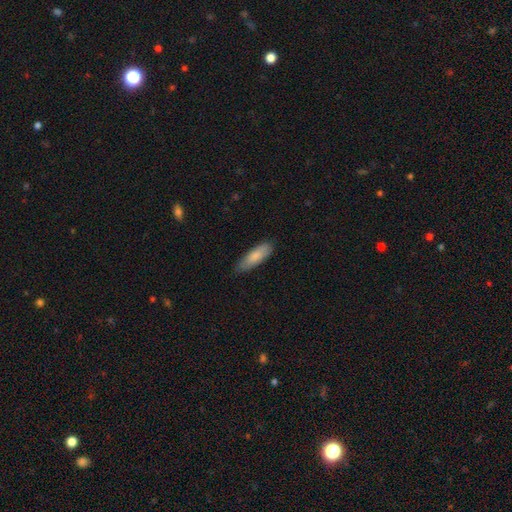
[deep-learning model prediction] Smooth or featured: smooth — 82% (featured or disk — 13%)
How rounded: in between — 54% (cigar-shaped — 44%)
Merging: none — 79% (minor disturbance — 17%)